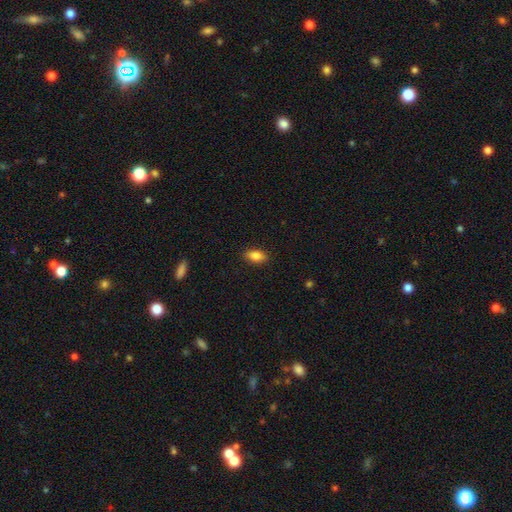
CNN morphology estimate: Smooth or featured?
  - smooth: 85% *
  - star or artifact: 8%
  - featured or disk: 7%
How rounded?
  - in between: 88% *
  - round: 6%
  - cigar-shaped: 6%
Merging?
  - none: 89% *
  - minor disturbance: 8%
  - major disturbance: 2%
  - merger: 1%